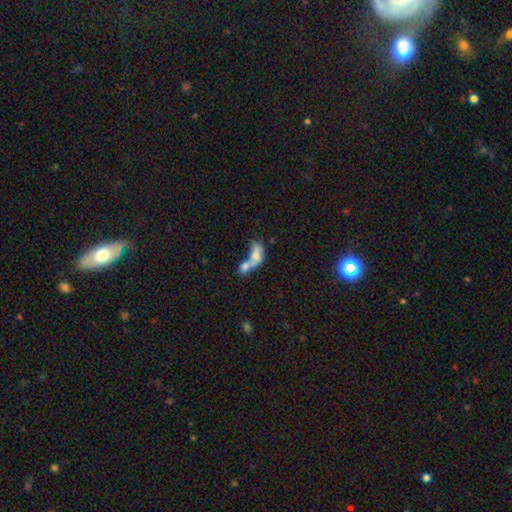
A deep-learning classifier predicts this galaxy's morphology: The model was most divided on "smooth or featured": smooth: 64%, featured or disk: 26%, star or artifact: 10%. More confident: how rounded — in between (79%); merging — merger (75%).